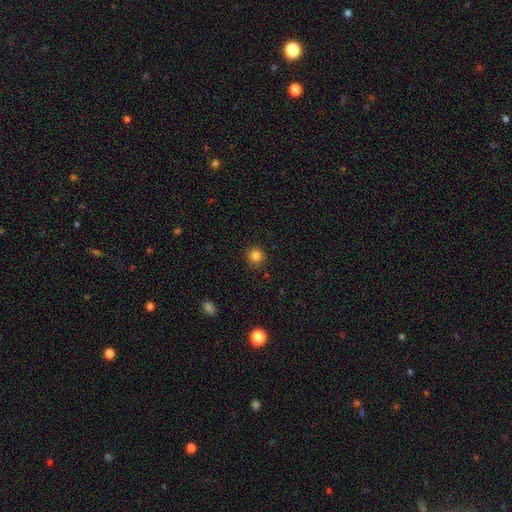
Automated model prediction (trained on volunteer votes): This is clearly a smooth galaxy (84%). How rounded: clearly round (93%). Merging: clearly none (90%).